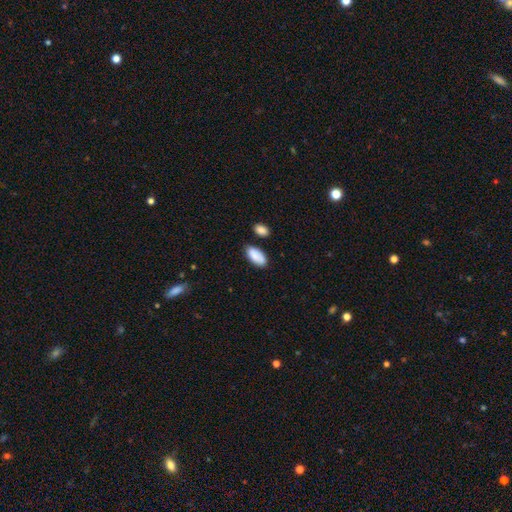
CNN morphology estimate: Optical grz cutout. It shows a smooth galaxy with no disk features (88%) that is in between round and cigar-shaped (93%). Merging: none (74%).